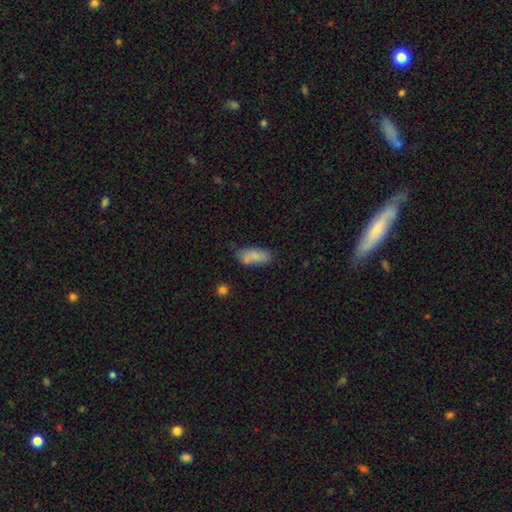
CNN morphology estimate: smooth-or-featured: smooth: 81% | featured or disk: 11% | star or artifact: 8%
  how-rounded: in between: 83% | cigar-shaped: 15% | round: 3%
  merging: none: 63% | minor disturbance: 18% | merger: 14% | major disturbance: 5%